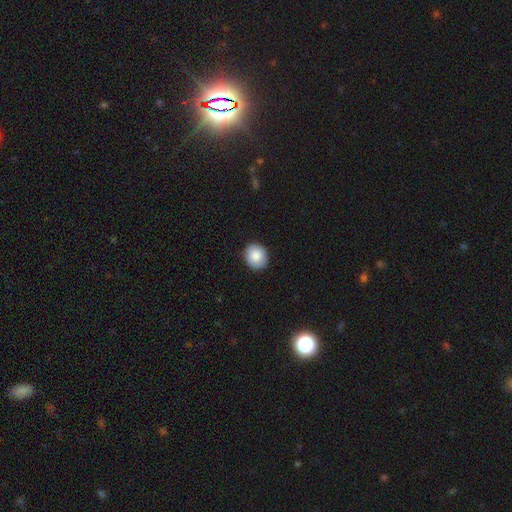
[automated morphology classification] A smooth galaxy with no disk features (85%) that is round (73%).

Vote fractions:
- Smooth or featured? smooth: 85% / featured or disk: 8% / star or artifact: 8%
- How rounded? round: 73% / in between: 26% / cigar-shaped: 1%
- Merging? none: 89% / minor disturbance: 8% / major disturbance: 2% / merger: 1%